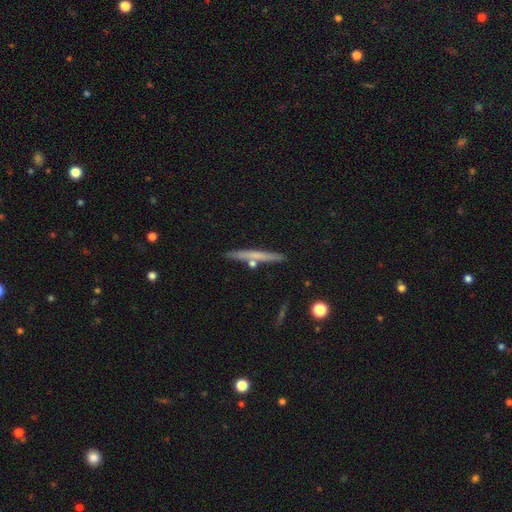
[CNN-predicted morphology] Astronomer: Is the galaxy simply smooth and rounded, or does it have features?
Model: smooth — 51% (runner-up: featured or disk, 43%).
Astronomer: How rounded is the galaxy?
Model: cigar-shaped — 95%.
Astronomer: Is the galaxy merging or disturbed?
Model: none — 83%.